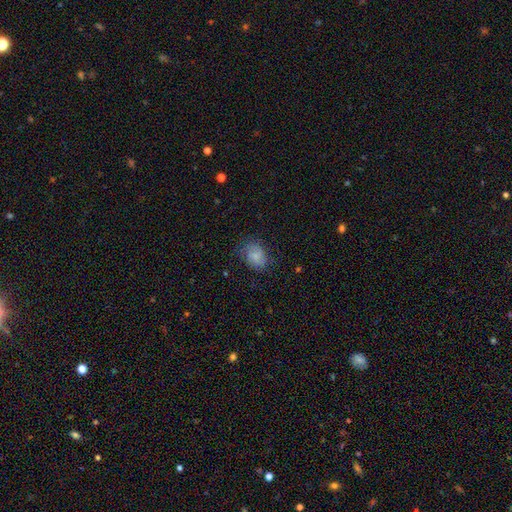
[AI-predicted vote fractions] Q: Smooth or featured?
A: smooth (61%); runner-up: featured or disk (30%)
Q: How rounded?
A: in between (63%); runner-up: round (36%)
Q: Merging?
A: none (67%); runner-up: minor disturbance (22%)